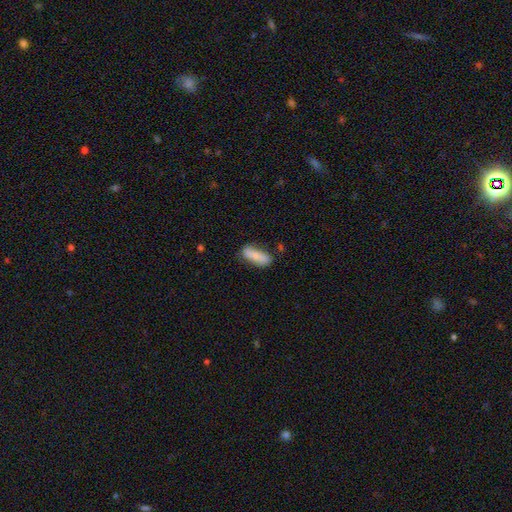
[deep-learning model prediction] smooth_or_featured: smooth (p=0.80) [alt: featured or disk p=0.14]
how_rounded: in between (p=0.63) [alt: cigar-shaped p=0.35]
merging: none (p=0.70) [alt: minor disturbance p=0.21]